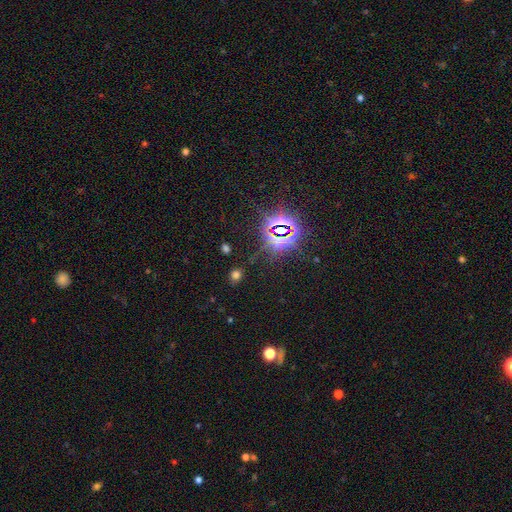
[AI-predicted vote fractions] Smooth or featured?
  - star or artifact: 82% *
  - smooth: 11%
  - featured or disk: 7%